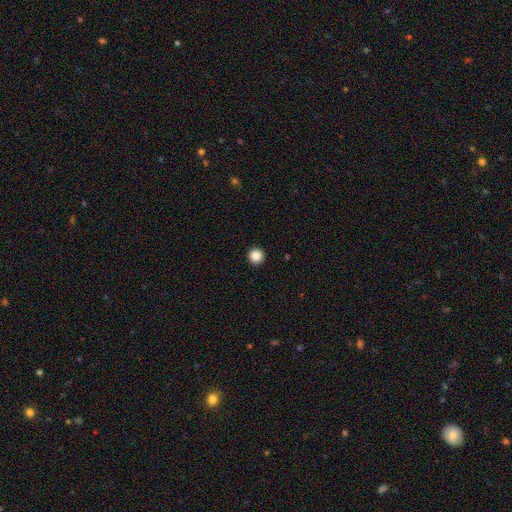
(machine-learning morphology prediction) smooth 87%, star or artifact 10%, featured or disk 3%. Down the decision tree: how rounded — round (96%); merging — none (94%).